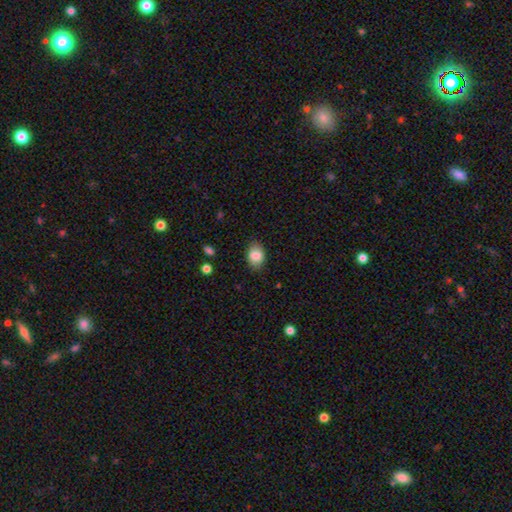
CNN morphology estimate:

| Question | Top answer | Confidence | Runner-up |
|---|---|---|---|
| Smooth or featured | smooth | 85% | star or artifact (8%) |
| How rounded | in between | 76% | round (23%) |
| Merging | none | 83% | minor disturbance (13%) |